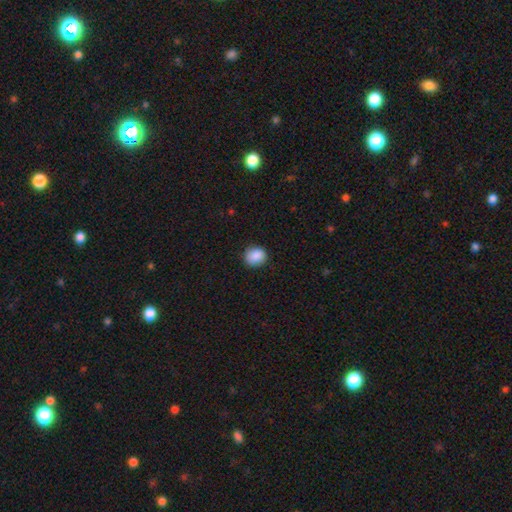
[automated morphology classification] Q: Smooth or featured?
A: smooth (89%); runner-up: star or artifact (8%)
Q: How rounded?
A: round (73%); runner-up: in between (27%)
Q: Merging?
A: none (87%); runner-up: minor disturbance (10%)